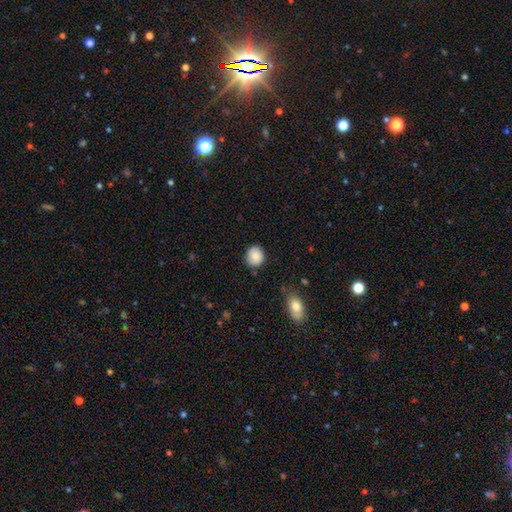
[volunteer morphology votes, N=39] smooth 85%, featured or disk 10%, star or artifact 5%. Down the decision tree: how rounded — round (79%); merging — none (78%).